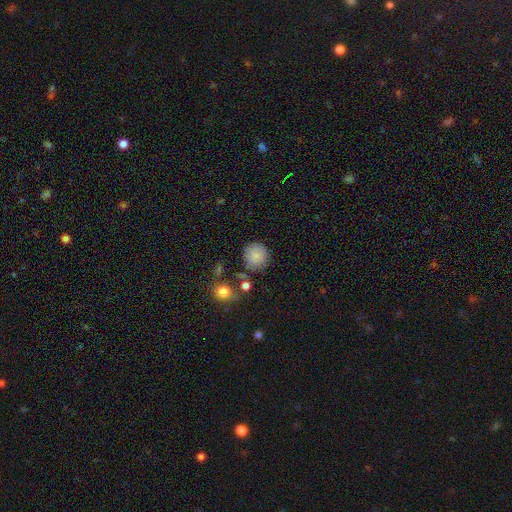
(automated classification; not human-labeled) The model was most divided on "merging": none: 80%, minor disturbance: 12%, merger: 4%, major disturbance: 4%. More confident: how rounded — round (91%); smooth or featured — smooth (84%).